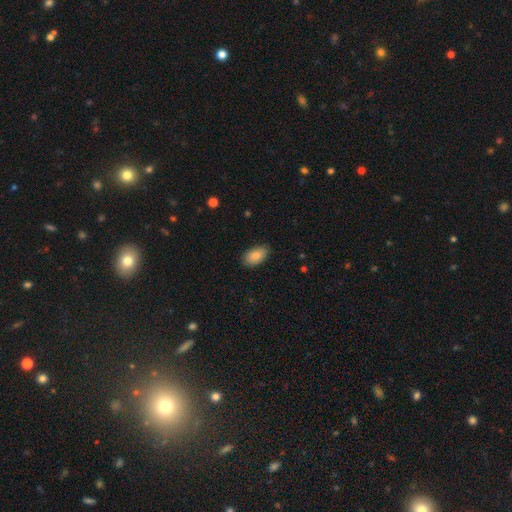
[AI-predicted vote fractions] This is clearly a smooth galaxy (84%). How rounded: clearly in between (93%). Merging: clearly none (84%).